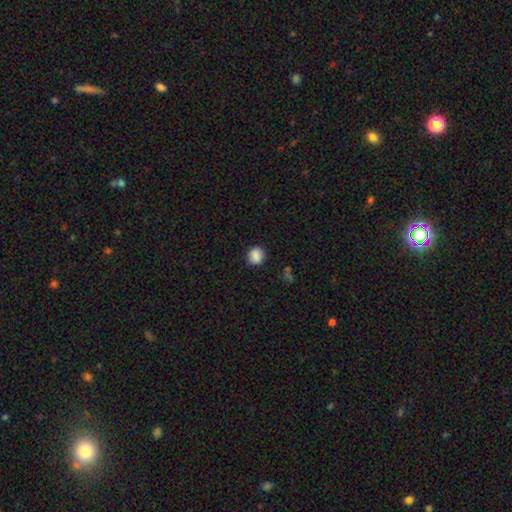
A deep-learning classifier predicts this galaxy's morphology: A smooth galaxy with no disk features (87%) that is round (75%). Merging: none (86%).